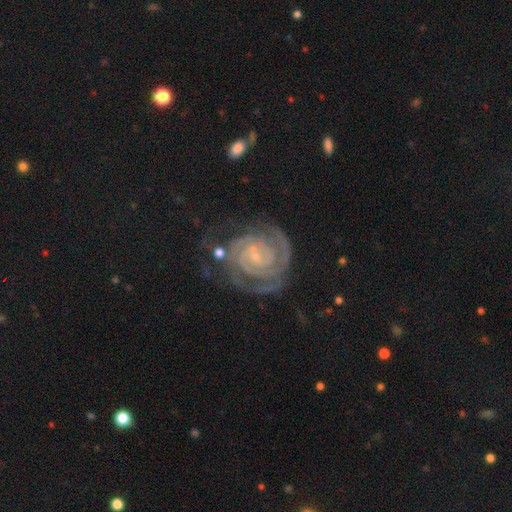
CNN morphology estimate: A featured or disk galaxy (90%) with no bar (50%), 2 (49%) tight (81%) spiral arms (98%) and a small central bulge (82%). Merging: none (65%).